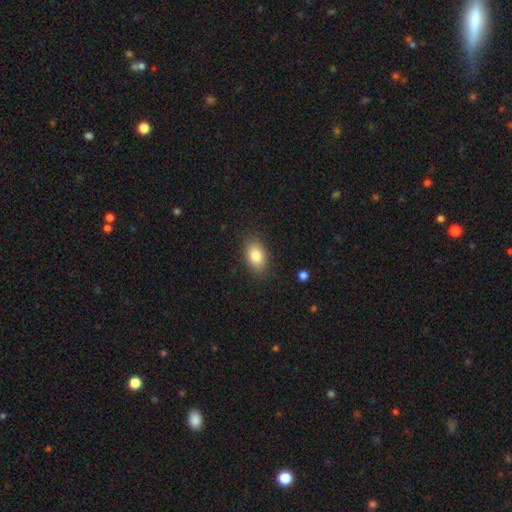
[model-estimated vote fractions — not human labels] This appears to be a smooth galaxy with no disk features (83%) that is in between round and cigar-shaped (85%). Merging: none (85%).